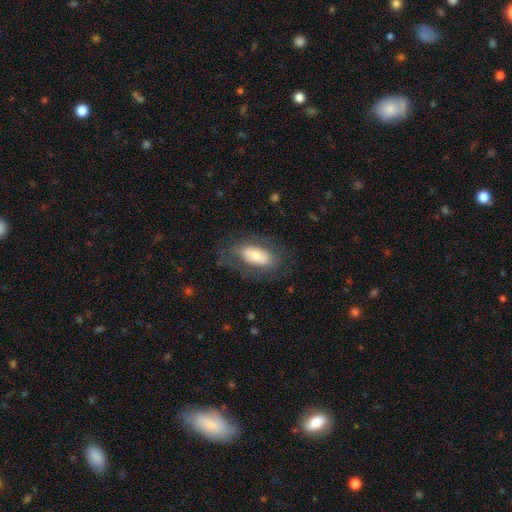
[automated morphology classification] smooth-or-featured: smooth: 60% | featured or disk: 33% | star or artifact: 7%
  how-rounded: in between: 86% | cigar-shaped: 10% | round: 4%
  merging: none: 72% | minor disturbance: 16% | major disturbance: 11% | merger: 1%